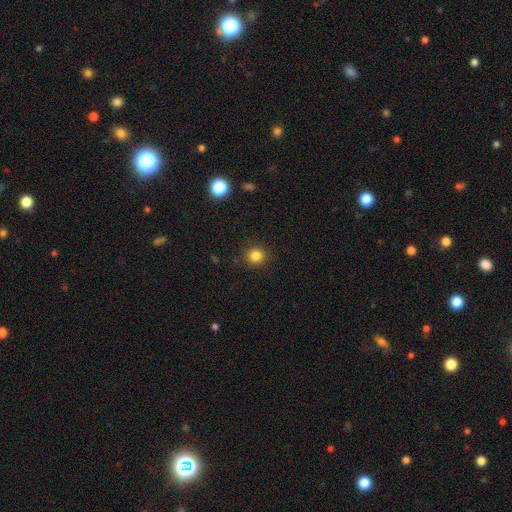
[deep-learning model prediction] smooth-or-featured: smooth: 83% | star or artifact: 12% | featured or disk: 5%
  how-rounded: round: 91% | in between: 8% | cigar-shaped: 1%
  merging: none: 90% | minor disturbance: 6% | major disturbance: 2% | merger: 1%